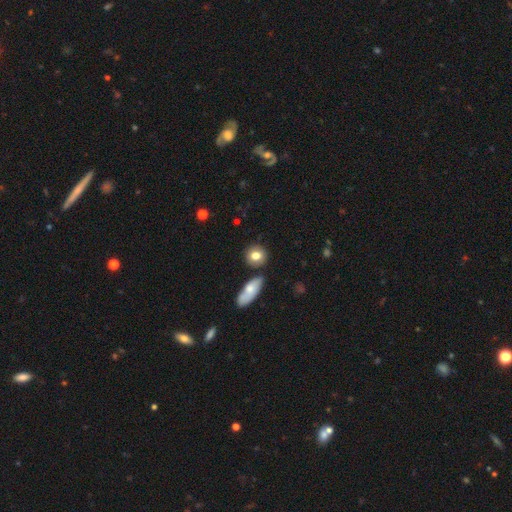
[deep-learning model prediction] The model was most divided on "how rounded": round: 77%, in between: 20%, cigar-shaped: 3%. More confident: merging — none (80%); smooth or featured — smooth (80%).